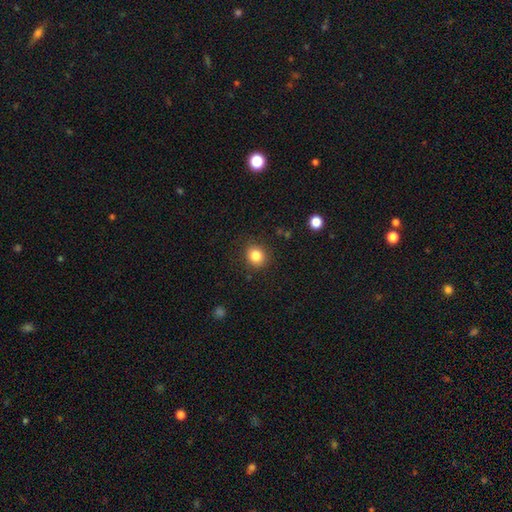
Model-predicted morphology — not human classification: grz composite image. It shows a smooth galaxy with no disk features (83%) that is round (85%). Merging: none (88%).